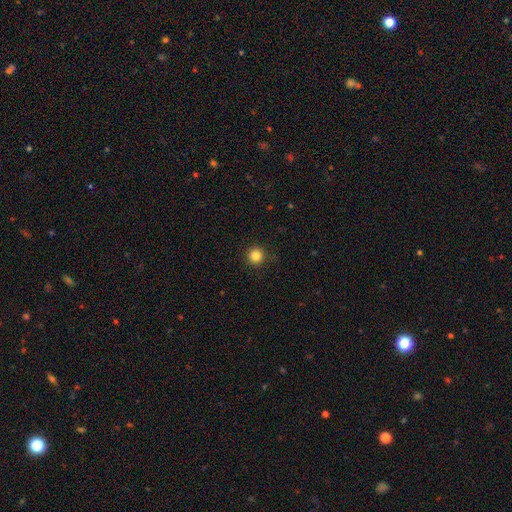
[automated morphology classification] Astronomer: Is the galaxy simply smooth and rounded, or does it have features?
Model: smooth — 84%.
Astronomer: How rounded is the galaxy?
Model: round — 96%.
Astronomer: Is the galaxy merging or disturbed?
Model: none — 91%.